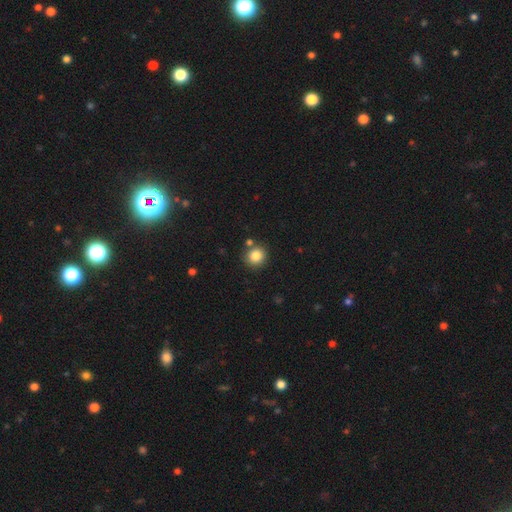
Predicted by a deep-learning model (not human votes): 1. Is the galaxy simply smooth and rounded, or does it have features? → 84% smooth, 11% star or artifact, 5% featured or disk.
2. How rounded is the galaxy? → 90% round, 10% in between, 1% cigar-shaped.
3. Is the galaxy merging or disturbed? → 80% none, 9% merger, 8% minor disturbance, 3% major disturbance.